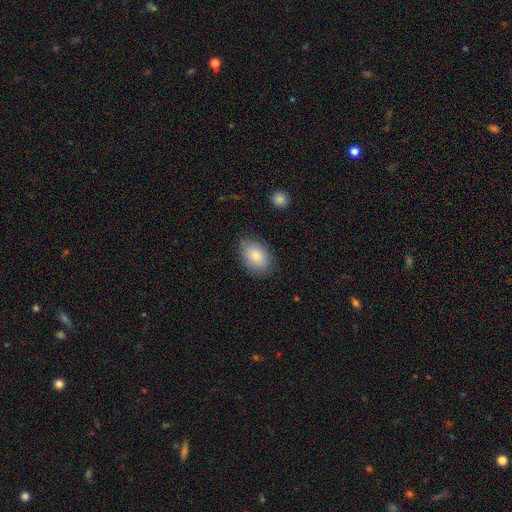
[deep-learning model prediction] The model was most divided on "merging": none: 78%, minor disturbance: 17%, major disturbance: 4%, merger: 1%. More confident: how rounded — in between (85%); smooth or featured — smooth (79%).